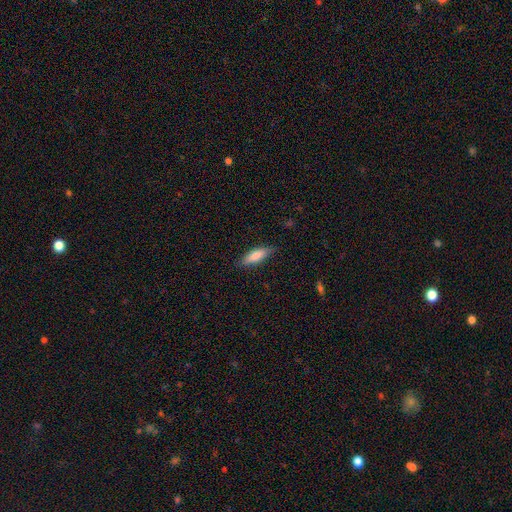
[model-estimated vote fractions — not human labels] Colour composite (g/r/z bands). It shows a smooth galaxy with no disk features (80%) that is cigar-shaped (50%). Merging: none (83%).